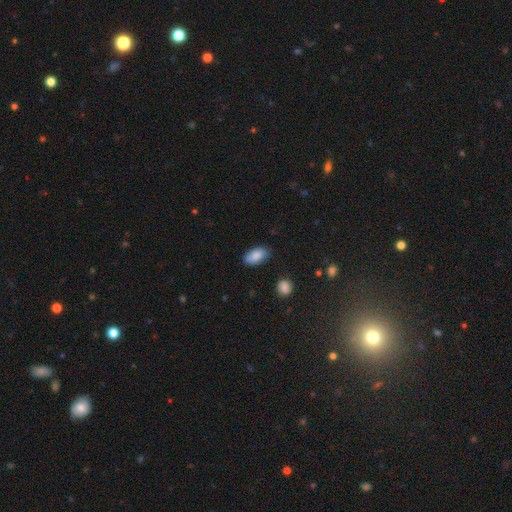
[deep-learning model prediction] Overall: smooth (84%). How rounded: in between (93%). Merging: none (80%).